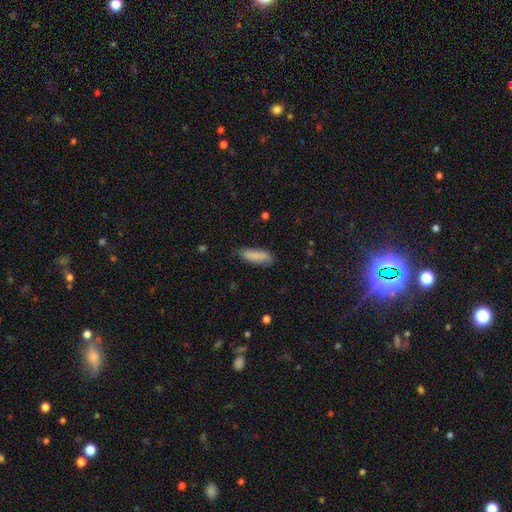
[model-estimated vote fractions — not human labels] smooth_or_featured: smooth (p=0.86) [alt: featured or disk p=0.08]
how_rounded: cigar-shaped (p=0.49) [tied with: in between p=0.49]
merging: none (p=0.75) [alt: minor disturbance p=0.20]